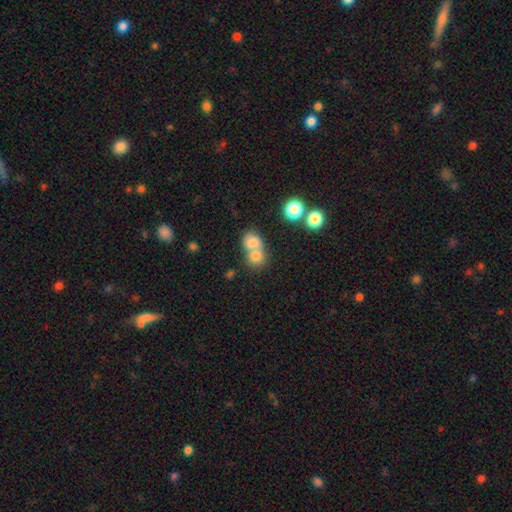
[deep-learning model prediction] Smooth or featured?
  - smooth: 76% *
  - featured or disk: 12%
  - star or artifact: 12%
How rounded?
  - round: 72% *
  - in between: 27%
  - cigar-shaped: 1%
Merging?
  - merger: 62% *
  - none: 29%
  - minor disturbance: 5%
  - major disturbance: 3%